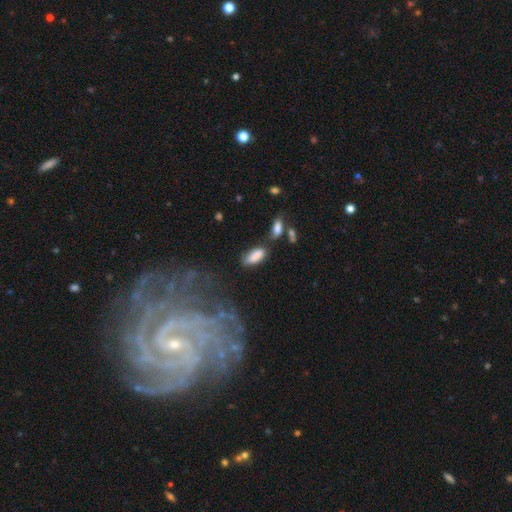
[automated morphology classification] smooth-or-featured: smooth: 85% | featured or disk: 8% | star or artifact: 7%
  how-rounded: in between: 81% | cigar-shaped: 17% | round: 2%
  merging: none: 63% | minor disturbance: 19% | merger: 11% | major disturbance: 6%